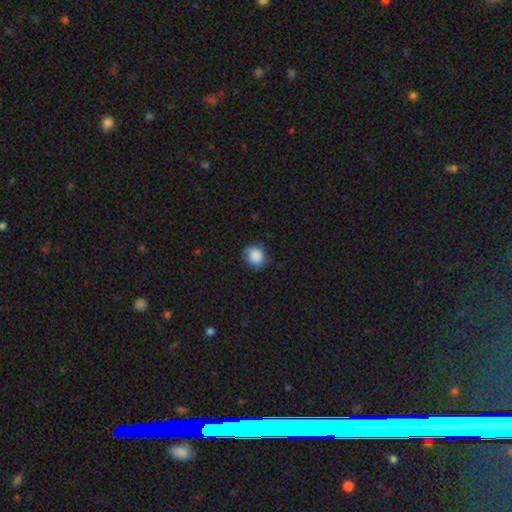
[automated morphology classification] A smooth galaxy with no disk features (87%) that is round (83%). Merging: none (75%).